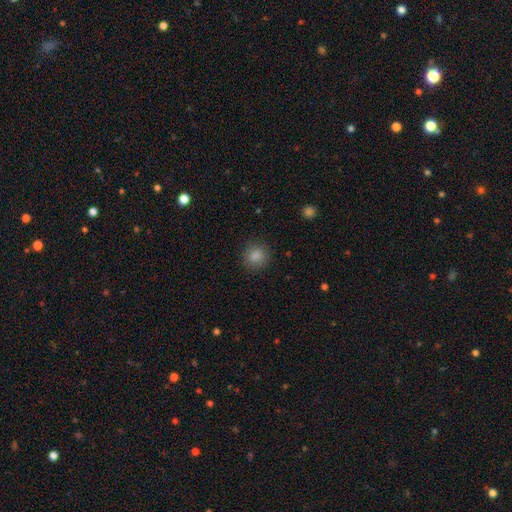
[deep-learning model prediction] Smooth or featured?
  - smooth: 85% *
  - star or artifact: 10%
  - featured or disk: 4%
How rounded?
  - round: 84% *
  - in between: 15%
  - cigar-shaped: 1%
Merging?
  - none: 86% *
  - minor disturbance: 9%
  - major disturbance: 3%
  - merger: 1%